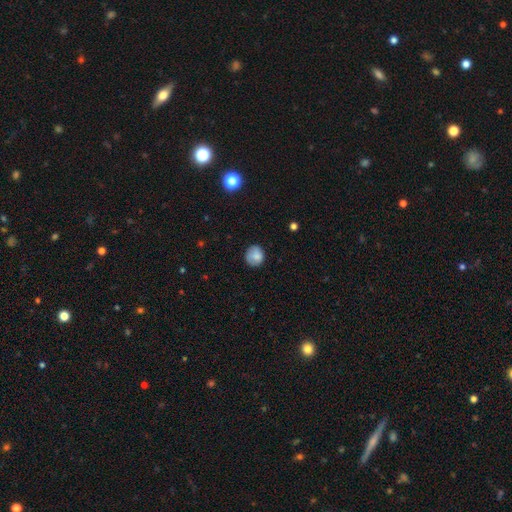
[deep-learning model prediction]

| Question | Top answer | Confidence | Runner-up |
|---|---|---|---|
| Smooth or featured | smooth | 80% | featured or disk (12%) |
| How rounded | round | 82% | in between (17%) |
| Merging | none | 76% | minor disturbance (19%) |